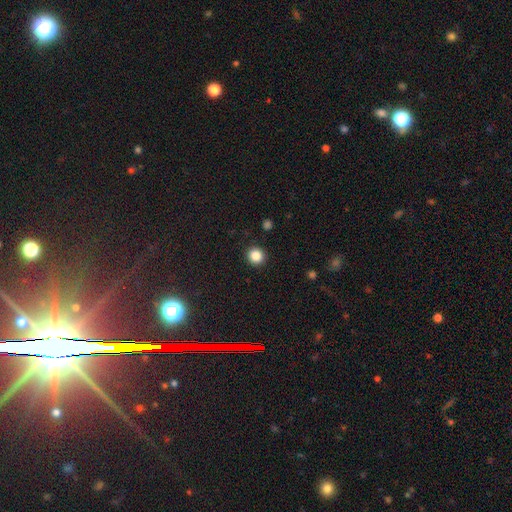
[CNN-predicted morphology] A smooth galaxy with no disk features (86%) that is round (90%).

Vote fractions:
- Smooth or featured? smooth: 86% / star or artifact: 11% / featured or disk: 4%
- How rounded? round: 90% / in between: 9% / cigar-shaped: 1%
- Merging? none: 92% / minor disturbance: 5% / major disturbance: 2% / merger: 1%